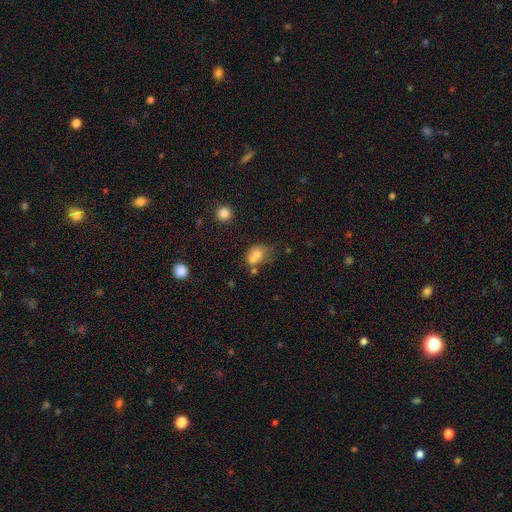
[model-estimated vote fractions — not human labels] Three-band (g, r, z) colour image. It shows a smooth galaxy with no disk features (70%) that is in between round and cigar-shaped (57%). Merging: merger (44%).